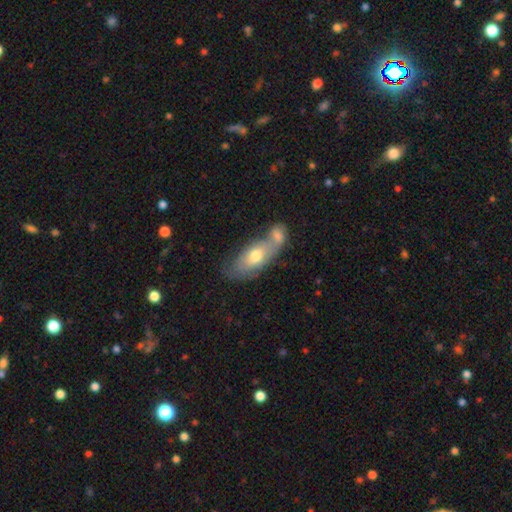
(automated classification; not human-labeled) A smooth galaxy with no disk features (64%) that is in between round and cigar-shaped (83%).

Vote fractions:
- Smooth or featured? smooth: 64% / featured or disk: 30% / star or artifact: 7%
- How rounded? in between: 83% / cigar-shaped: 12% / round: 5%
- Merging? merger: 55% / none: 27% / minor disturbance: 12% / major disturbance: 6%